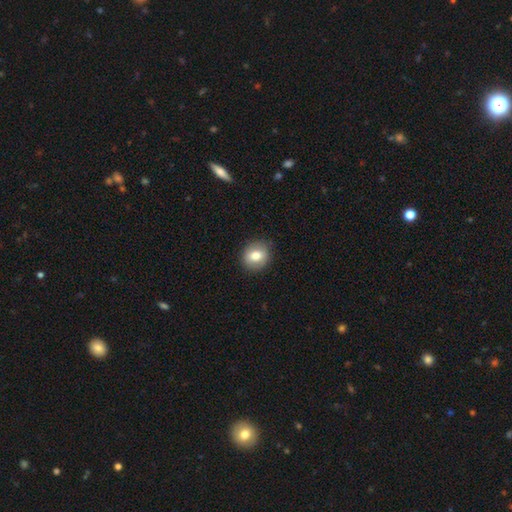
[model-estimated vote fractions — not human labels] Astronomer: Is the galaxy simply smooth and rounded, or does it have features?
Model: smooth — 77%.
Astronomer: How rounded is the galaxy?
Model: round — 76%.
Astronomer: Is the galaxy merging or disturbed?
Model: none — 88%.